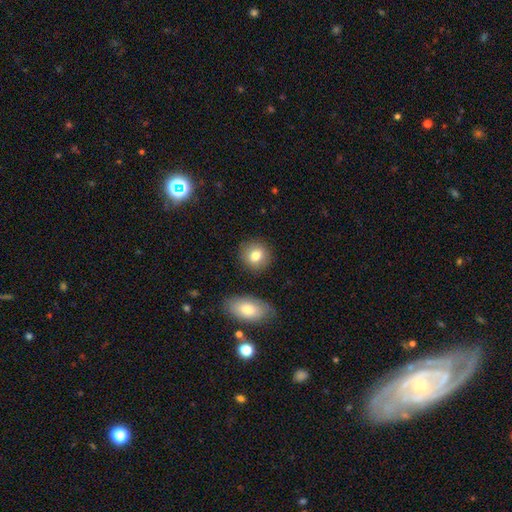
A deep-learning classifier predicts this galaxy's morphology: A smooth galaxy with no disk features (80%) that is round (81%).

Vote fractions:
- Smooth or featured? smooth: 80% / featured or disk: 12% / star or artifact: 8%
- How rounded? round: 81% / in between: 18% / cigar-shaped: 1%
- Merging? none: 86% / minor disturbance: 8% / merger: 4% / major disturbance: 2%